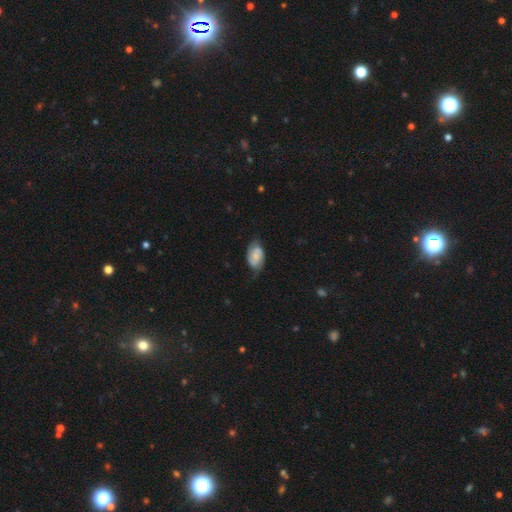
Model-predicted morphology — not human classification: This appears to be a featured or disk galaxy (62%) with no bar (46%), 2 (86%) medium (44%) spiral arms (92%) and a small central bulge (49%). Merging: none (70%).